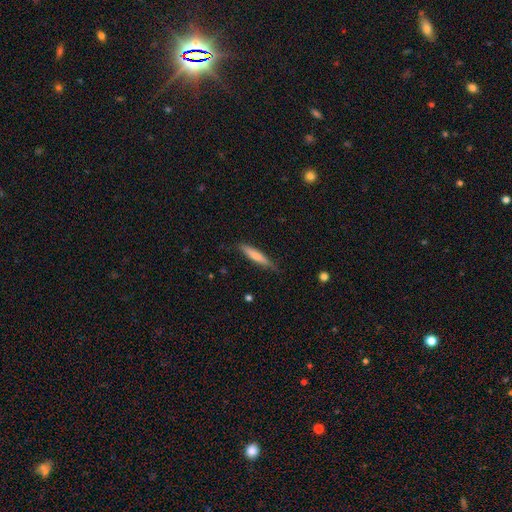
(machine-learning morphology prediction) A smooth galaxy with no disk features (71%) that is cigar-shaped (90%). Merging: none (78%).